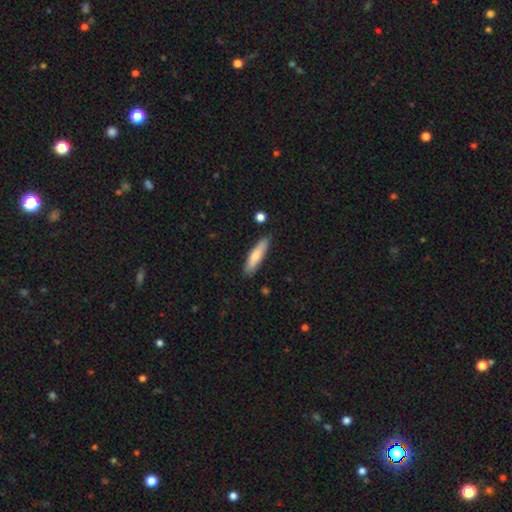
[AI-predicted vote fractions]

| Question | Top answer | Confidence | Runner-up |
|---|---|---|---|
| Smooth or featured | smooth | 76% | featured or disk (18%) |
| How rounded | cigar-shaped | 72% | in between (26%) |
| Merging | none | 83% | minor disturbance (13%) |